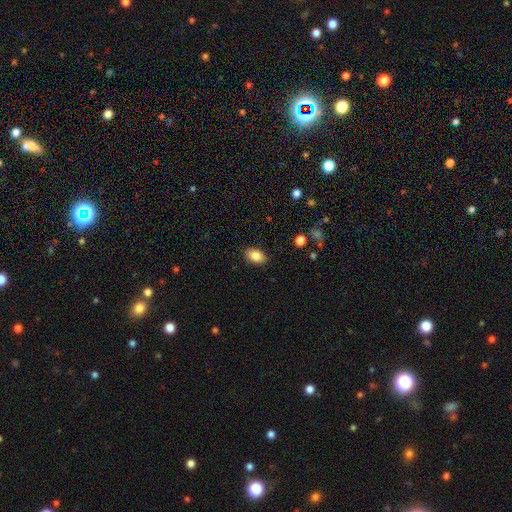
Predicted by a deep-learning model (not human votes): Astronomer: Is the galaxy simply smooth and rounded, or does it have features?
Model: smooth — 85%.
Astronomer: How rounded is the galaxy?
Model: in between — 90%.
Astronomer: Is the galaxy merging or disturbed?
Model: none — 87%.